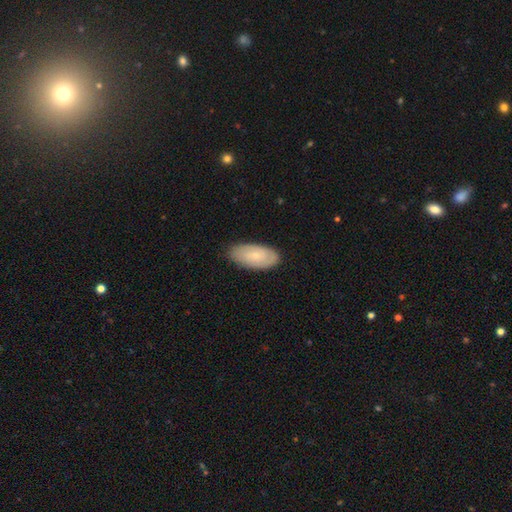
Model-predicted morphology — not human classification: smooth-or-featured: smooth: 60% | featured or disk: 34% | star or artifact: 6%
  how-rounded: in between: 91% | cigar-shaped: 6% | round: 2%
  merging: none: 83% | minor disturbance: 13% | major disturbance: 2% | merger: 1%